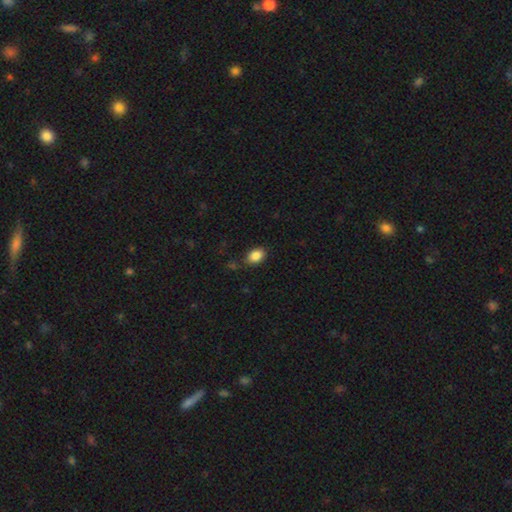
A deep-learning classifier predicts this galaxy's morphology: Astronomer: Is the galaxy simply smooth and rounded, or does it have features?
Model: smooth — 87%.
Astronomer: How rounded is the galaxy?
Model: in between — 78%.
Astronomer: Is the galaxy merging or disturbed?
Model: none — 81%.